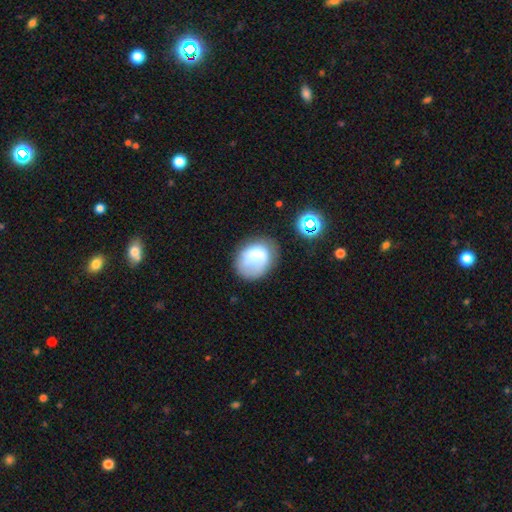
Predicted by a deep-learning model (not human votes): Smooth or featured?
  - smooth: 72% *
  - featured or disk: 18%
  - star or artifact: 10%
How rounded?
  - in between: 54% *
  - round: 45%
  - cigar-shaped: 1%
Merging?
  - none: 53% *
  - minor disturbance: 27%
  - major disturbance: 15%
  - merger: 5%